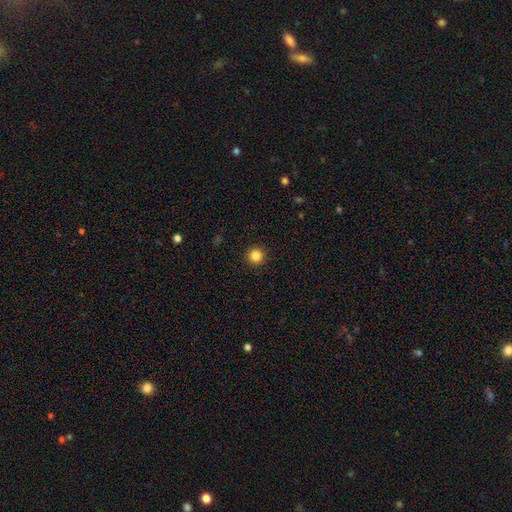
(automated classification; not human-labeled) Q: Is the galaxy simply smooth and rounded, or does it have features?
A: smooth — 84%.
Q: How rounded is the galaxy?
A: round — 96%.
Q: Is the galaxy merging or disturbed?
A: none — 93%.